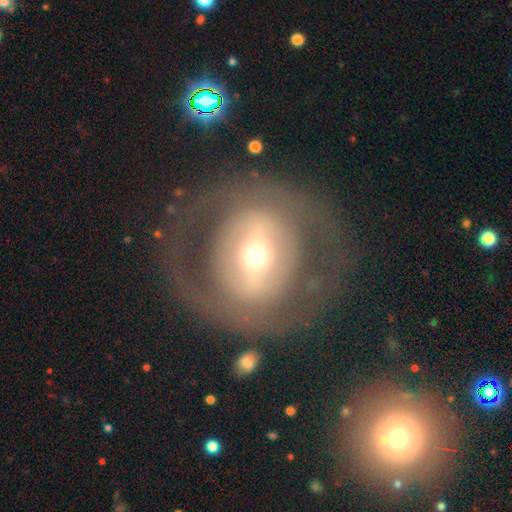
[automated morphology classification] This appears to be a featured or disk galaxy (64%) with a strong bar (39%), no spiral arms (73%) and a small central bulge (47%). Merging: none (75%).